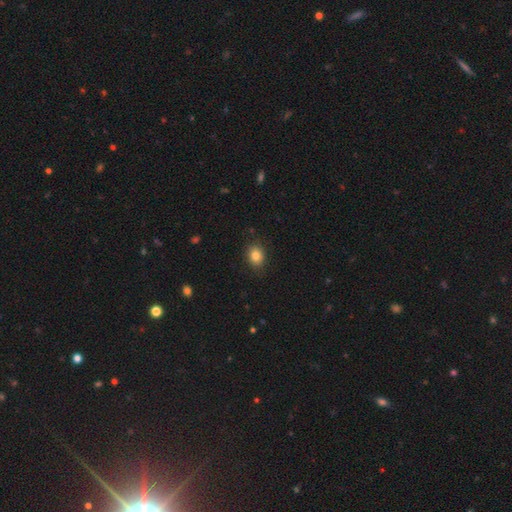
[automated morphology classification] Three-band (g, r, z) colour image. It shows a smooth galaxy with no disk features (83%) that is in between round and cigar-shaped (59%). Merging: none (87%).